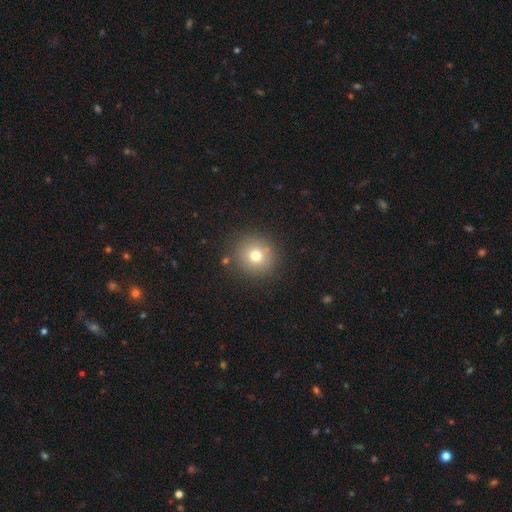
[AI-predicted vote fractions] Overall: smooth (73%). How rounded: round (92%). Merging: none (85%).